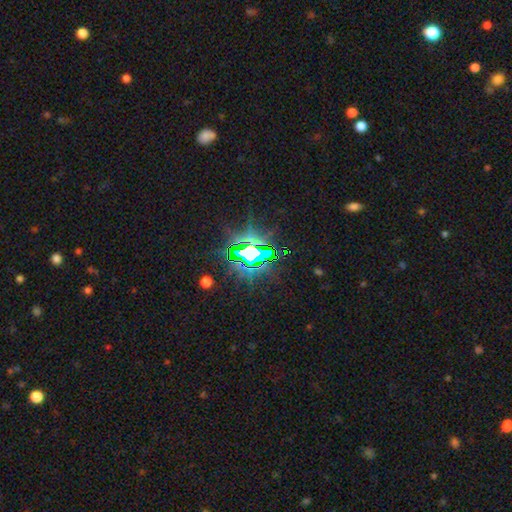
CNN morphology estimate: smooth_or_featured: star or artifact (p=0.81) [alt: featured or disk p=0.10]